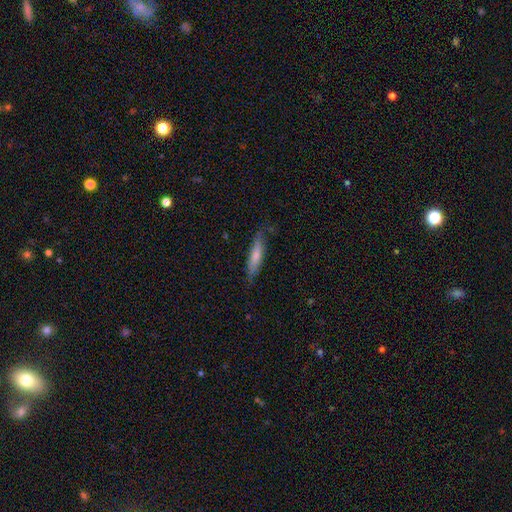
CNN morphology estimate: This is likely a smooth galaxy (69%). How rounded: clearly cigar-shaped (81%). Merging: likely none (76%).